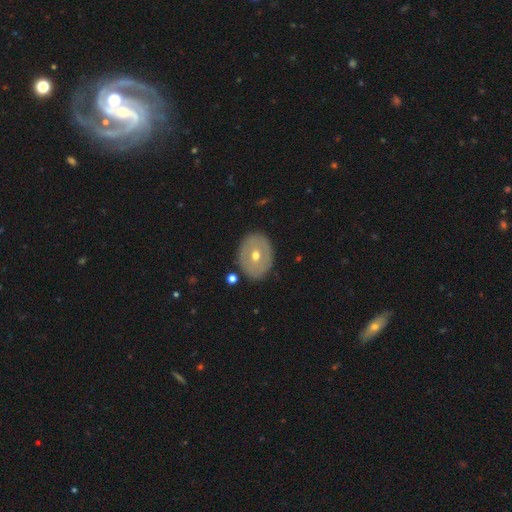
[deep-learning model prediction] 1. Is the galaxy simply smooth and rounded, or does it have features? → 50% featured or disk, 43% smooth, 7% star or artifact.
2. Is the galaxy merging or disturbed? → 85% none, 10% minor disturbance, 3% major disturbance, 2% merger.